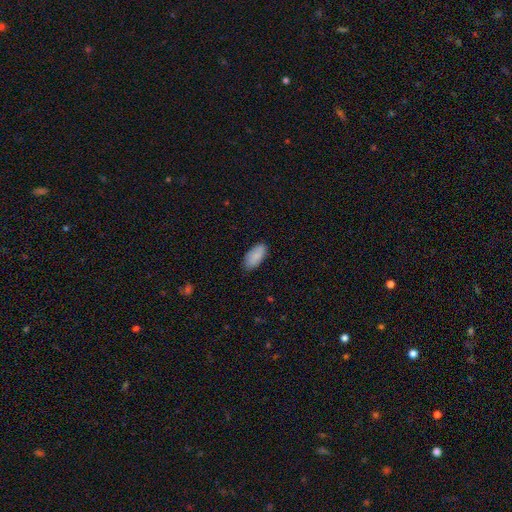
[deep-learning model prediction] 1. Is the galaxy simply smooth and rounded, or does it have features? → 86% smooth, 8% featured or disk, 6% star or artifact.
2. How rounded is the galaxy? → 93% in between, 5% cigar-shaped, 2% round.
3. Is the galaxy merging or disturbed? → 83% none, 14% minor disturbance, 2% major disturbance, 1% merger.